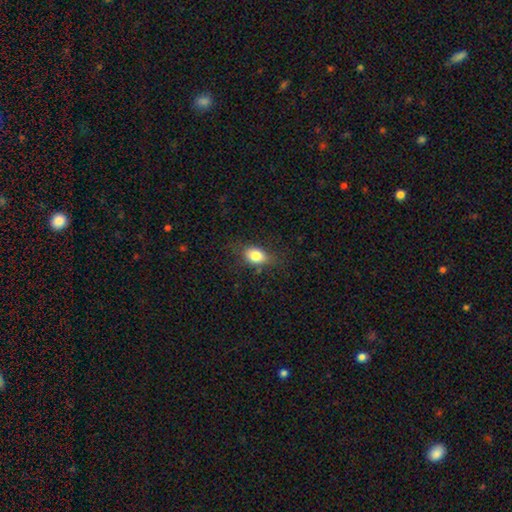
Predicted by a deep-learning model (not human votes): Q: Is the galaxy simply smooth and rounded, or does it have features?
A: smooth — 81%.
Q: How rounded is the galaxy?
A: in between — 74%.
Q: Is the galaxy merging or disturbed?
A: none — 70%.